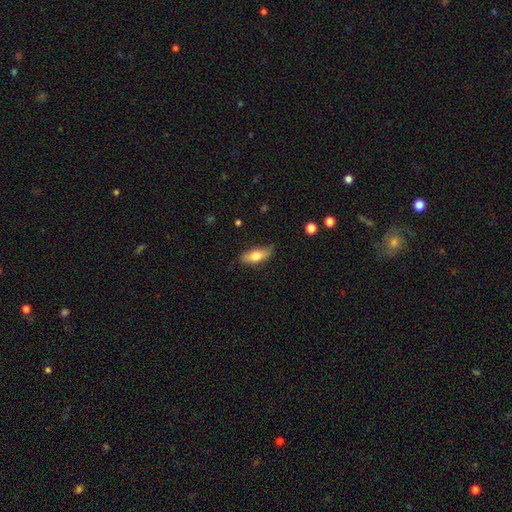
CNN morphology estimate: Smooth or featured: smooth — 70% (featured or disk — 23%)
How rounded: in between — 70% (cigar-shaped — 27%)
Merging: none — 78% (minor disturbance — 18%)